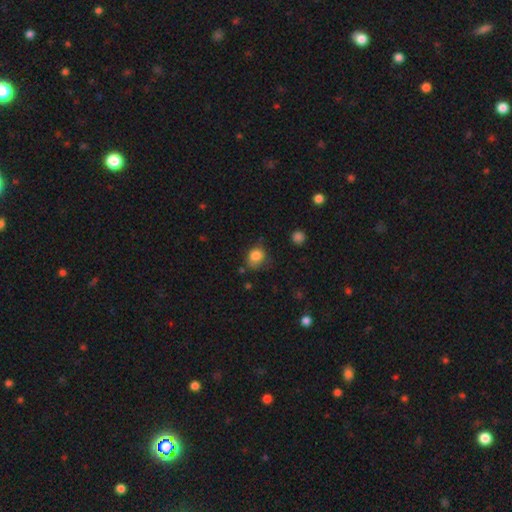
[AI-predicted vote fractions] This appears to be a smooth galaxy with no disk features (83%) that is round (58%). Merging: none (55%).